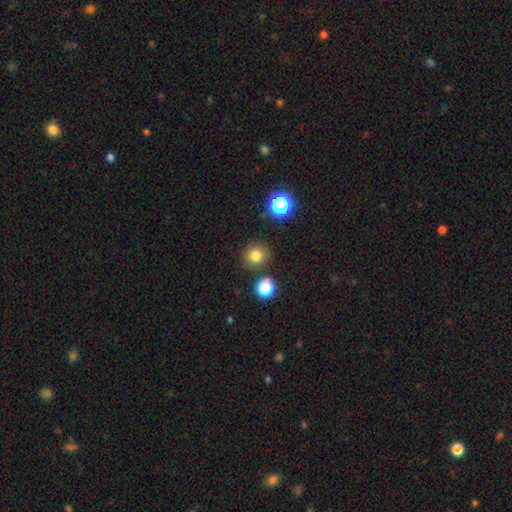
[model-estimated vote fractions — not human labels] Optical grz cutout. It shows a smooth galaxy with no disk features (80%) that is round (90%). Merging: none (86%).